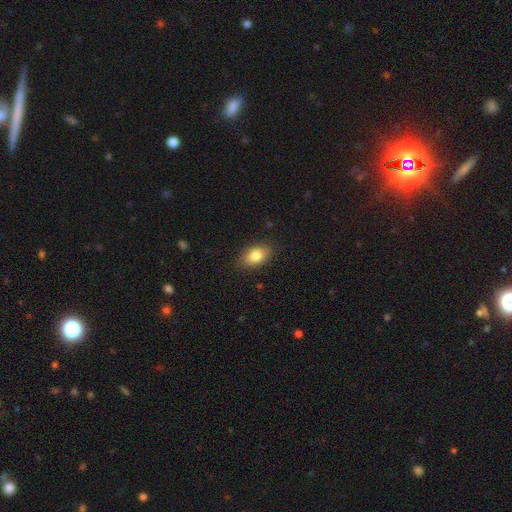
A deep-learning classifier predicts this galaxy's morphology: Smooth or featured?
  - smooth: 81% *
  - featured or disk: 11%
  - star or artifact: 8%
How rounded?
  - in between: 87% *
  - round: 11%
  - cigar-shaped: 2%
Merging?
  - none: 86% *
  - minor disturbance: 10%
  - major disturbance: 2%
  - merger: 1%